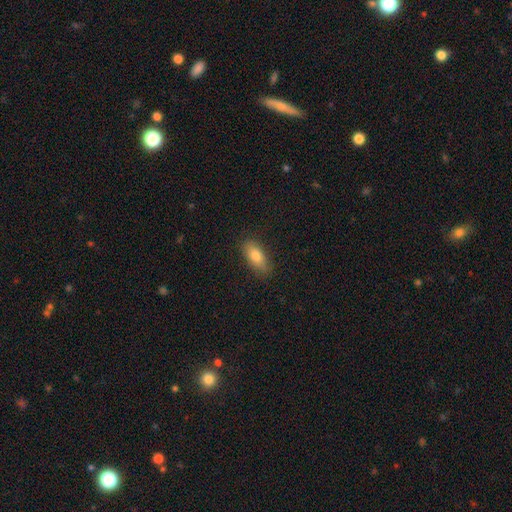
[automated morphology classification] type=smooth (80%); roundness=in between (83%); merging=none (83%).